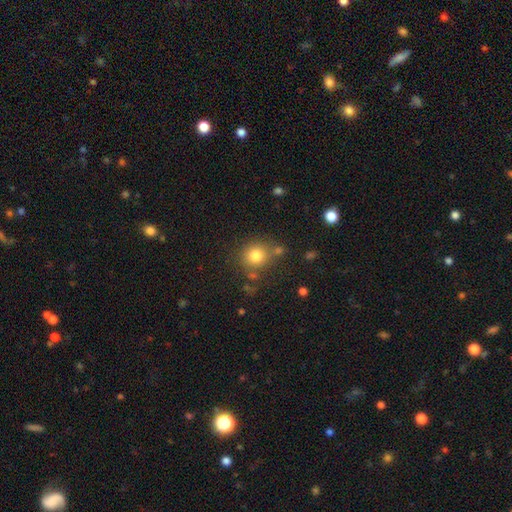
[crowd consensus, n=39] smooth-or-featured: smooth: 87% | featured or disk: 8% | star or artifact: 5%
  how-rounded: round: 82% | in between: 18% | cigar-shaped: 0%
  merging: none: 78% | minor disturbance: 11% | merger: 8% | major disturbance: 3%